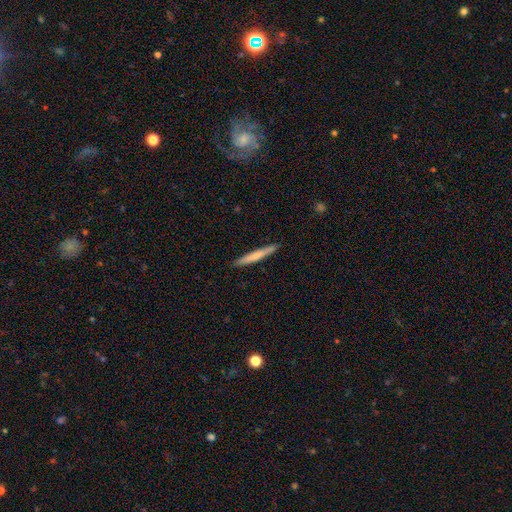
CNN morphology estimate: Smooth or featured? Predicted: smooth (p=0.66). How rounded? Predicted: cigar-shaped (p=0.96). Merging? Predicted: none (p=0.91).